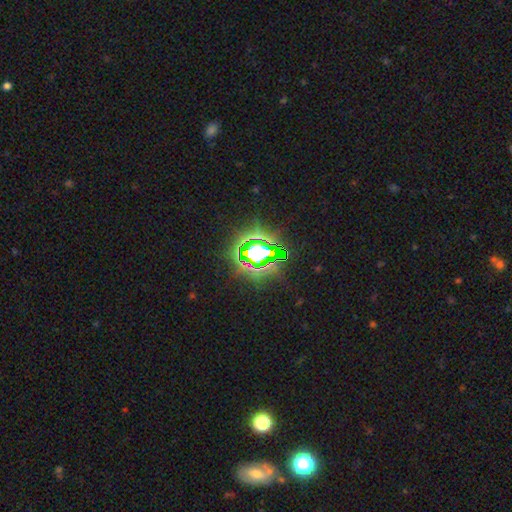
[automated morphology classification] Smooth or featured: star or artifact — 76% (smooth — 12%)